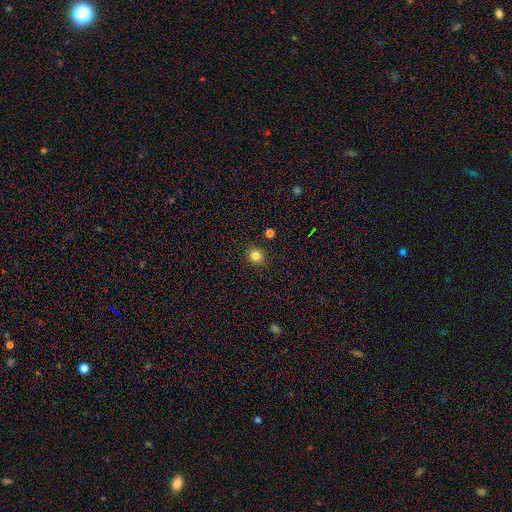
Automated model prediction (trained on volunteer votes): smooth_or_featured: smooth (p=0.82) [alt: star or artifact p=0.13]
how_rounded: round (p=0.88) [alt: in between p=0.11]
merging: none (p=0.90) [alt: minor disturbance p=0.07]